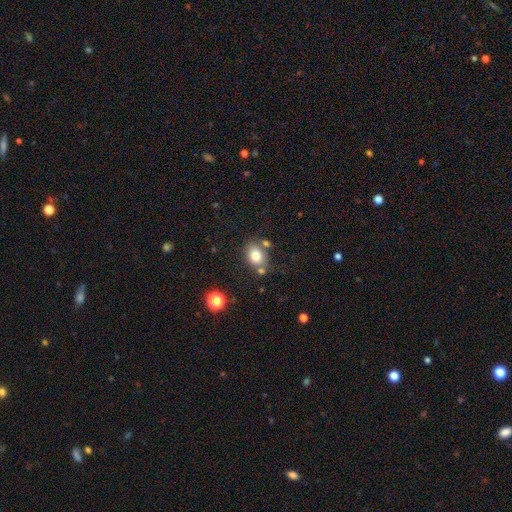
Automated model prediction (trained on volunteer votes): Smooth or featured? Predicted: smooth (p=0.79). How rounded? Predicted: in between (p=0.65). Merging? Predicted: none (p=0.64).